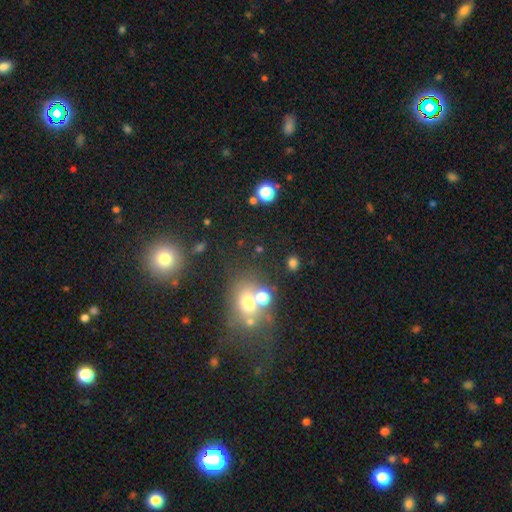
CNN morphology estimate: This appears to be a star or artifact, not a galaxy (42%).